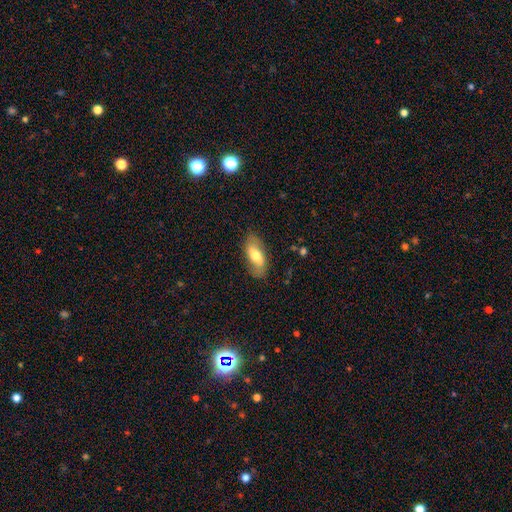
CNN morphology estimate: Smooth or featured? Predicted: smooth (p=0.55). How rounded? Predicted: in between (p=0.86). Merging? Predicted: none (p=0.79).